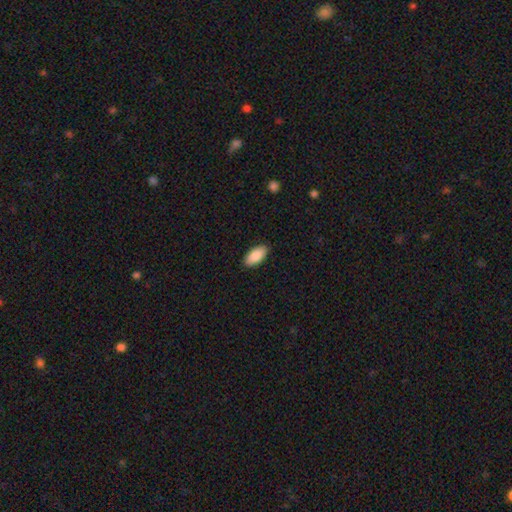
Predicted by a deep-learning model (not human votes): Overall: smooth (88%). How rounded: in between (92%). Merging: none (89%).